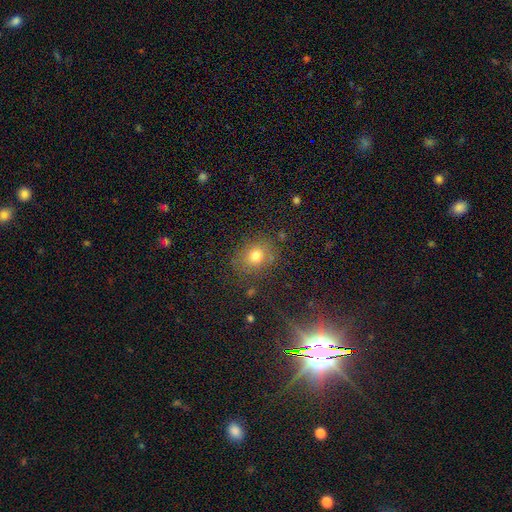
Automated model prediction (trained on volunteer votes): A smooth galaxy with no disk features (75%) that is round (67%).

Vote fractions:
- Smooth or featured? smooth: 75% / star or artifact: 16% / featured or disk: 9%
- How rounded? round: 67% / in between: 32% / cigar-shaped: 1%
- Merging? none: 79% / minor disturbance: 12% / major disturbance: 5% / merger: 4%